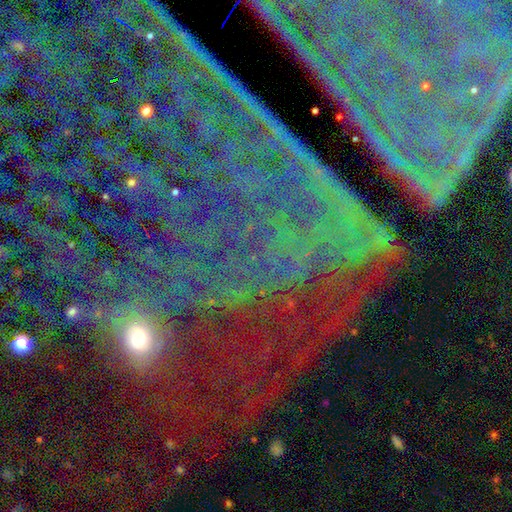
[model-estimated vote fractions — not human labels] smooth_or_featured: star or artifact (p=0.75) [alt: featured or disk p=0.14]